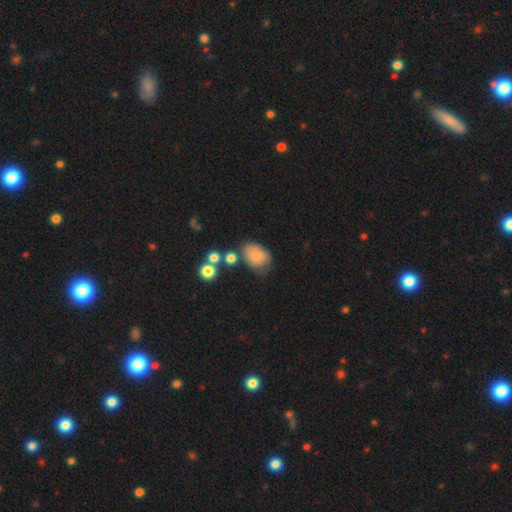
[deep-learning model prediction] Smooth or featured? smooth (75%)
How rounded? in between (77%)
Merging? none (52%)